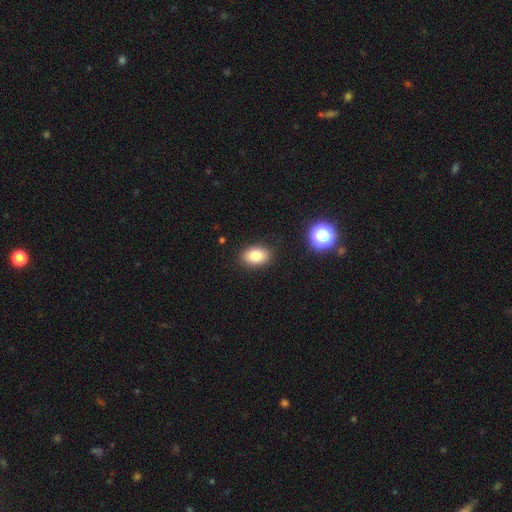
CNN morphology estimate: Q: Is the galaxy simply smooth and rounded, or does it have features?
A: smooth — 82%.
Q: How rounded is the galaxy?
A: in between — 83%.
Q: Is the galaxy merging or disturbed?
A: none — 88%.